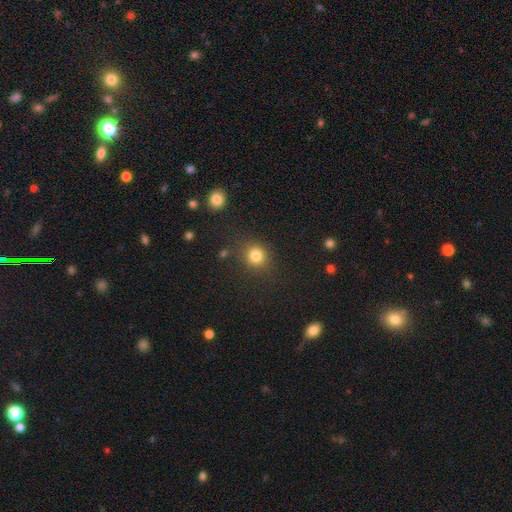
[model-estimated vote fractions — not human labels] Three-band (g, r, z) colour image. It shows a smooth galaxy with no disk features (82%) that is round (83%). Merging: none (81%).